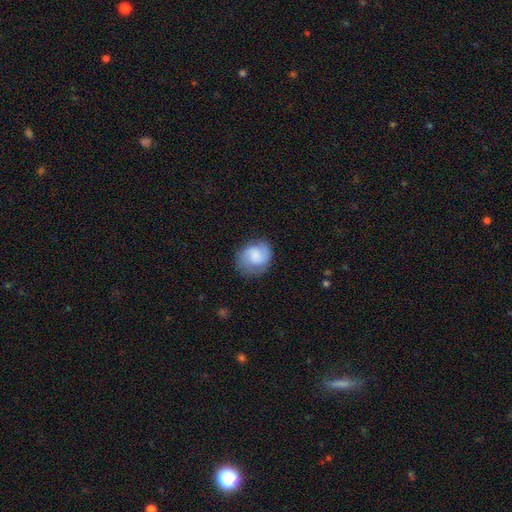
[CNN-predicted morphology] smooth_or_featured: smooth (p=0.50) [alt: featured or disk p=0.42]
how_rounded: round (p=0.68) [alt: in between p=0.31]
merging: none (p=0.74) [alt: minor disturbance p=0.18]